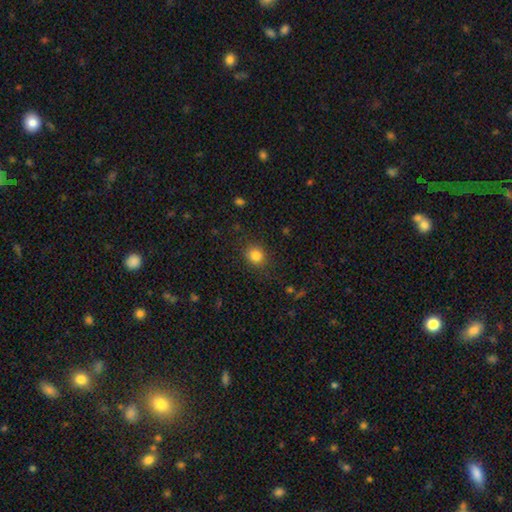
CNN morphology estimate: This is clearly a smooth galaxy (84%). How rounded: clearly round (80%). Merging: clearly none (86%).